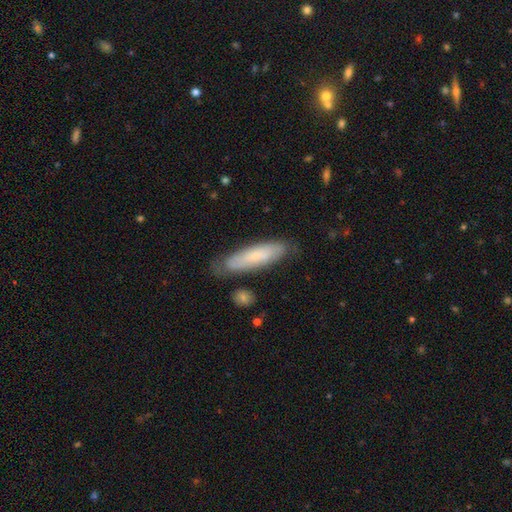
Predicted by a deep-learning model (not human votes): Morphology: type=smooth (63%); roundness=cigar-shaped (69%); merging=none (74%).